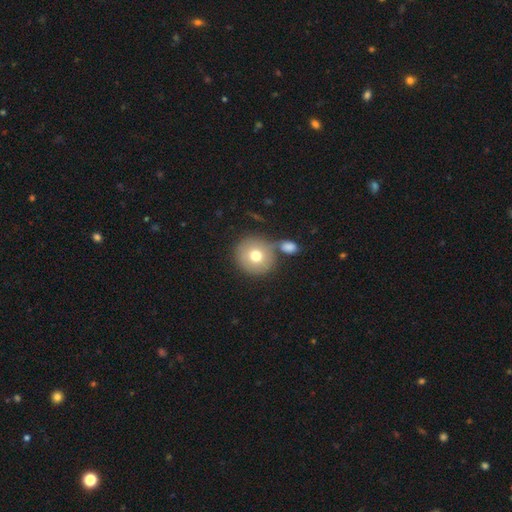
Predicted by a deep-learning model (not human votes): Morphology: type=smooth (73%); roundness=round (93%); merging=none (66%).